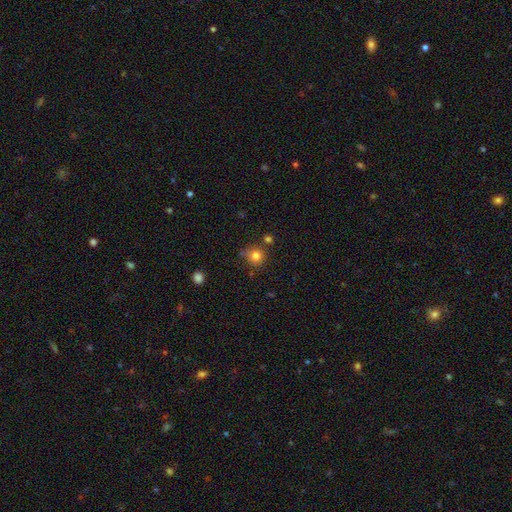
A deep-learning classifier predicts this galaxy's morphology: smooth-or-featured: smooth: 81% | star or artifact: 12% | featured or disk: 7%
  how-rounded: round: 90% | in between: 9% | cigar-shaped: 1%
  merging: none: 71% | minor disturbance: 16% | merger: 9% | major disturbance: 4%